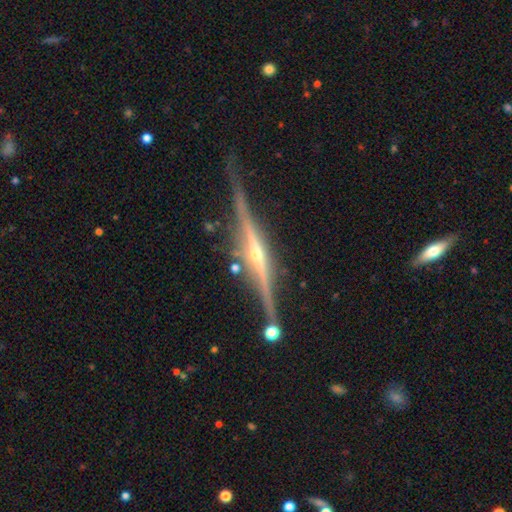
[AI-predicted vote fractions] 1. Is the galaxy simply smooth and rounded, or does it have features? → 89% featured or disk, 6% star or artifact, 6% smooth.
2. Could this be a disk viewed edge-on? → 96% yes, 4% no.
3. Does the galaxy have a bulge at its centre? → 83% rounded, 9% none, 8% boxy.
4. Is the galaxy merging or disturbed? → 76% none, 15% minor disturbance, 5% merger, 4% major disturbance.